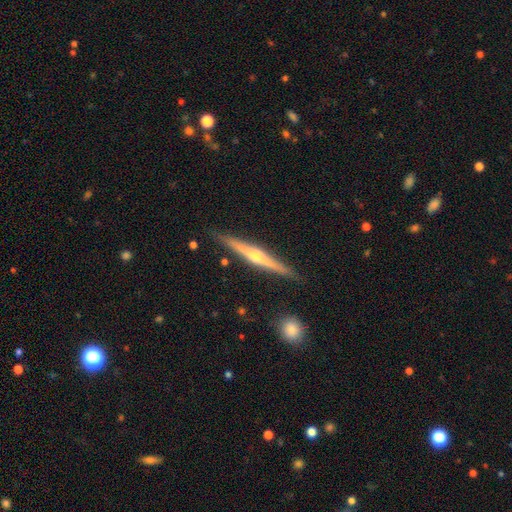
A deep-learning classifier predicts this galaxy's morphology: A featured or disk galaxy (77%) viewed edge-on (98%) with a rounded central bulge (89%). Merging: none (89%).